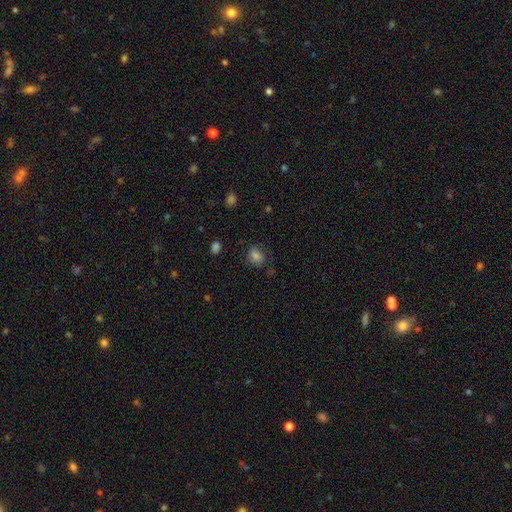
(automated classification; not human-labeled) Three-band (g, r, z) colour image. It shows a smooth galaxy with no disk features (80%) that is in between round and cigar-shaped (54%). Merging: none (74%).